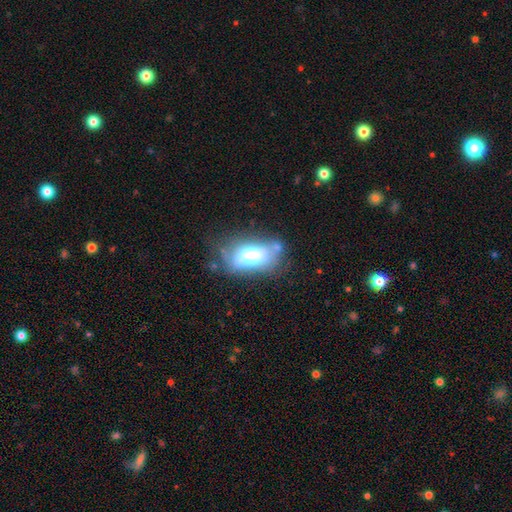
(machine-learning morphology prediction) This is likely a smooth galaxy (64%). How rounded: clearly in between (88%). Merging: marginally none (43%).